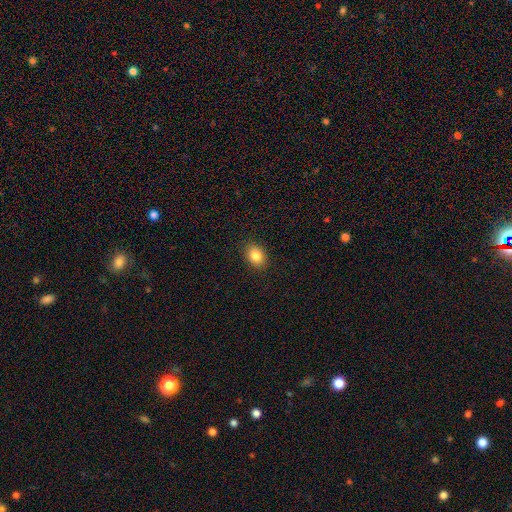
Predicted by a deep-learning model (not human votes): Smooth or featured? smooth (84%)
How rounded? in between (68%)
Merging? none (89%)